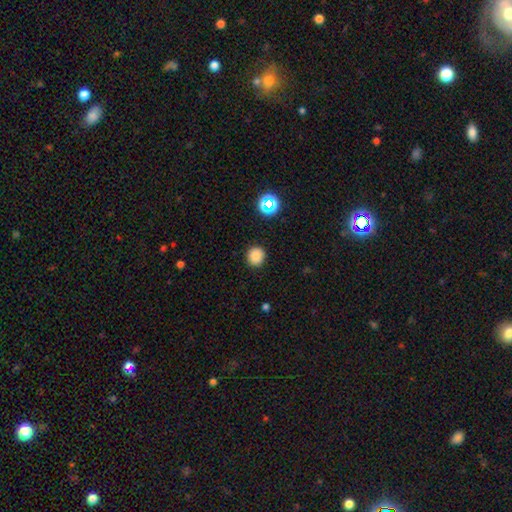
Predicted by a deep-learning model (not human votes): This is clearly a smooth galaxy (83%). How rounded: clearly round (90%). Merging: clearly none (90%).